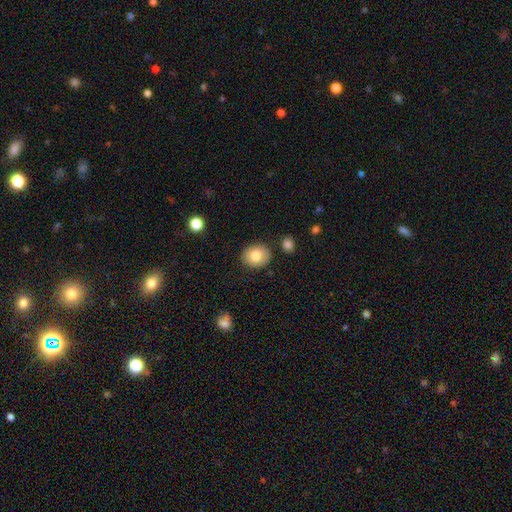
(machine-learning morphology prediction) type=smooth (80%); roundness=round (63%); merging=none (86%).